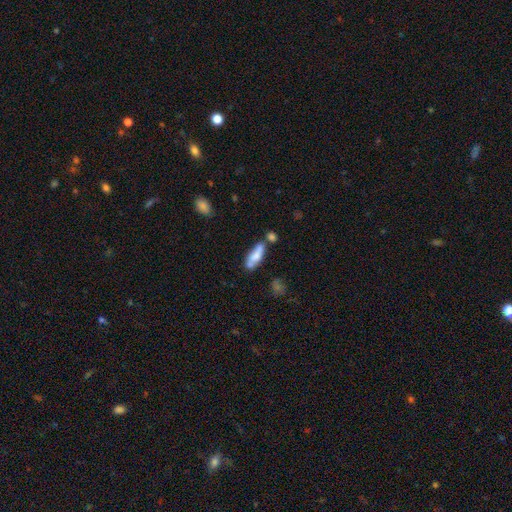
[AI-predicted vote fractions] This is likely a smooth galaxy (68%). How rounded: possibly in between (58%). Merging: marginally none (44%).